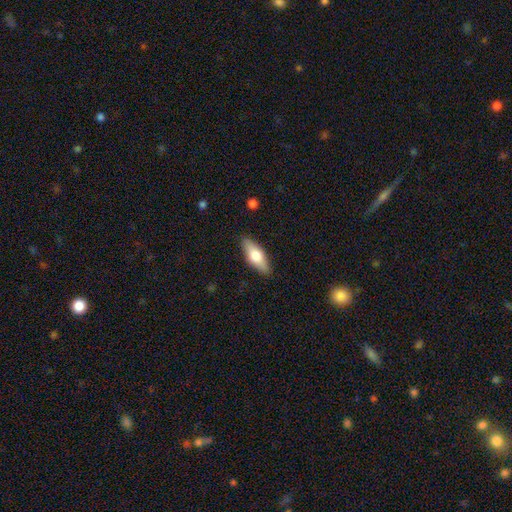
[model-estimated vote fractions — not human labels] smooth 64%, featured or disk 30%, star or artifact 6%. Down the decision tree: how rounded — in between (68%); merging — none (87%).